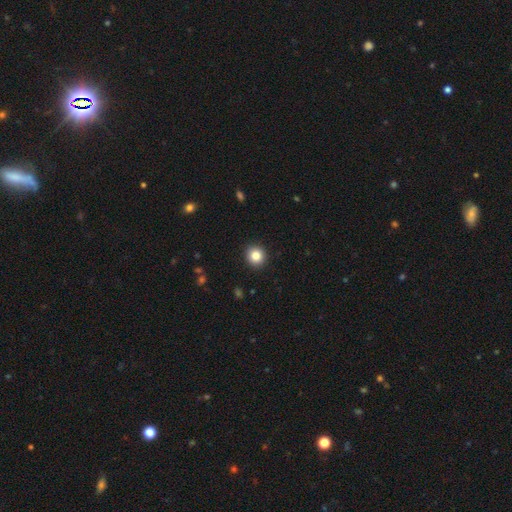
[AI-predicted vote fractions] Smooth or featured? Predicted: smooth (p=0.84). How rounded? Predicted: round (p=0.93). Merging? Predicted: none (p=0.93).